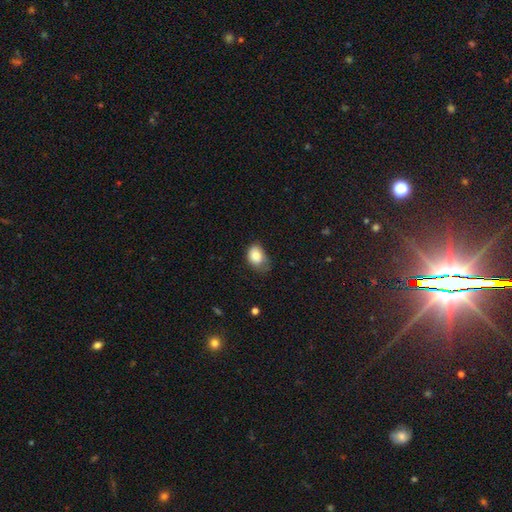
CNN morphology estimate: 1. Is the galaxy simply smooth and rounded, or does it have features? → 84% smooth, 8% featured or disk, 8% star or artifact.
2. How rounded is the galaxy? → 71% in between, 28% round, 1% cigar-shaped.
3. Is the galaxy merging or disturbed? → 43% minor disturbance, 37% none, 18% major disturbance, 2% merger.